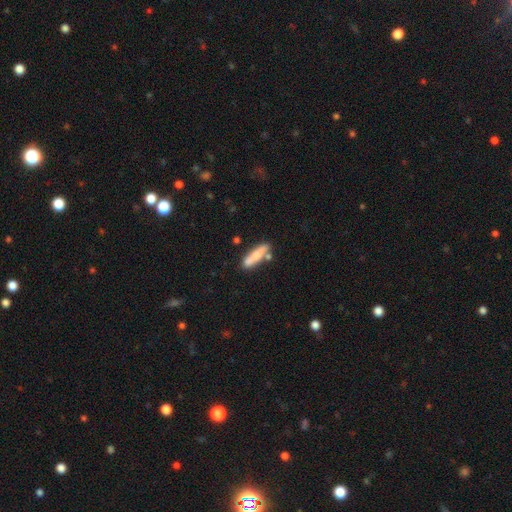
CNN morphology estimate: Overall: smooth (65%; featured or disk 29%). How rounded: cigar-shaped (72%). Merging: none (67%).